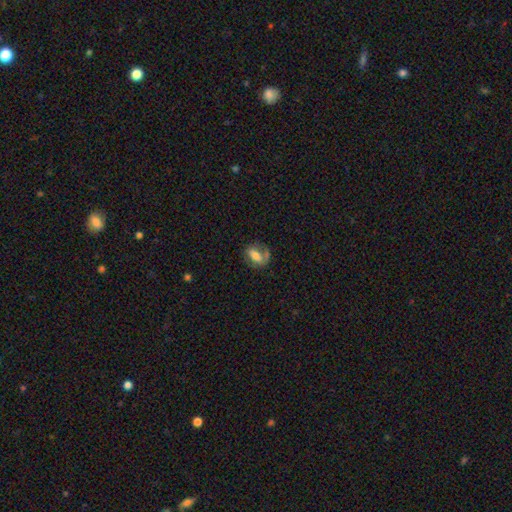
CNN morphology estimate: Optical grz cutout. It shows a smooth galaxy with no disk features (60%) that is in between round and cigar-shaped (83%). Merging: none (51%).